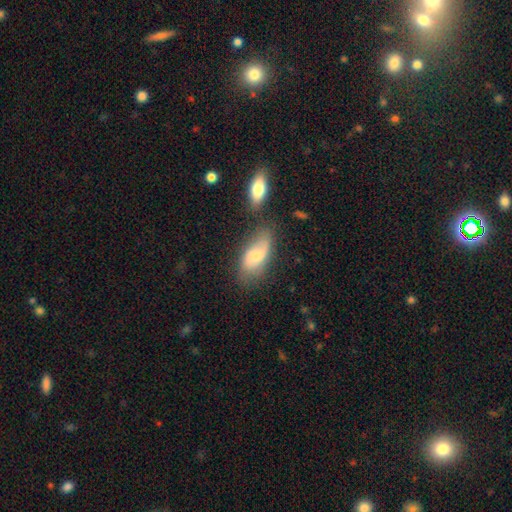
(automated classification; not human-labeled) smooth-or-featured: smooth: 55% | featured or disk: 37% | star or artifact: 8%
  how-rounded: in between: 87% | cigar-shaped: 9% | round: 4%
  merging: none: 52% | minor disturbance: 25% | merger: 14% | major disturbance: 10%